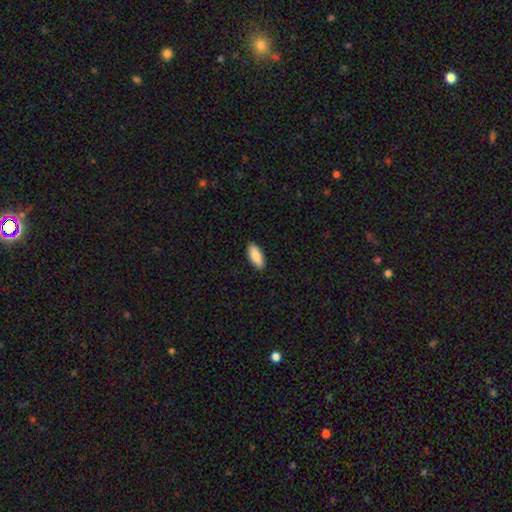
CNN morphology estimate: smooth-or-featured: smooth: 88% | featured or disk: 6% | star or artifact: 6%
  how-rounded: in between: 84% | cigar-shaped: 14% | round: 2%
  merging: none: 90% | minor disturbance: 8% | major disturbance: 2% | merger: 1%